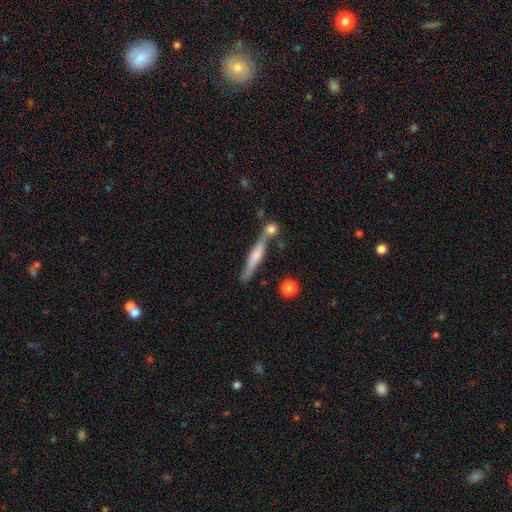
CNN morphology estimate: A featured or disk galaxy (56%) viewed edge-on (92%) with a rounded central bulge (55%).

Vote fractions:
- Smooth or featured? featured or disk: 56% / smooth: 37% / star or artifact: 7%
- Edge-on disk? yes: 92% / no: 8%
- Edge-on bulge? rounded: 55% / boxy: 26% / none: 19%
- Merging? none: 60% / merger: 22% / minor disturbance: 13% / major disturbance: 5%